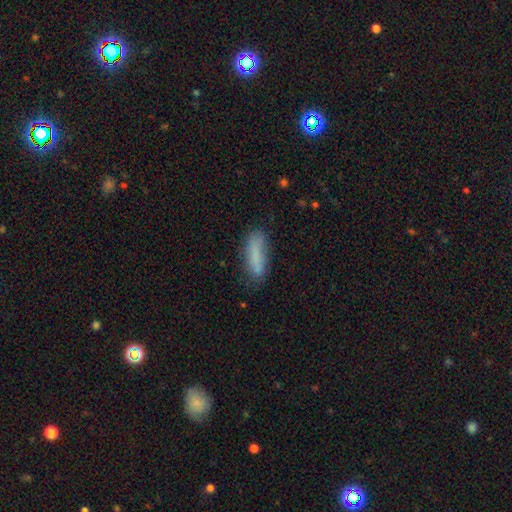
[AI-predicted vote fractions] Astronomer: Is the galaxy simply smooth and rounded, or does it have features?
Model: smooth — 79%.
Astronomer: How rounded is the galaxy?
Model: cigar-shaped — 58% (runner-up: in between, 41%).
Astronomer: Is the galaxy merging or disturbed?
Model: none — 69%.